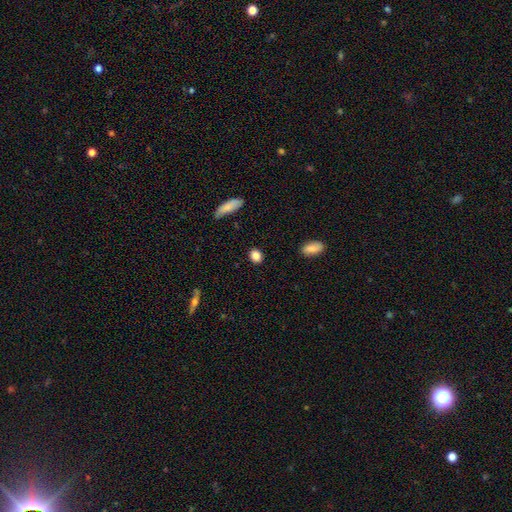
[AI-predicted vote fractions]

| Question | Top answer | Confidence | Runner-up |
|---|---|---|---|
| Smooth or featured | smooth | 86% | star or artifact (9%) |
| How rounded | round | 52% | in between (46%) |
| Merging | none | 87% | minor disturbance (9%) |